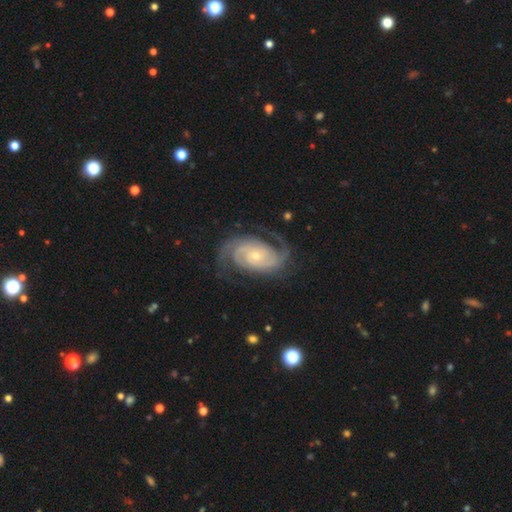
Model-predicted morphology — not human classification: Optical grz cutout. It shows a featured or disk galaxy (91%) with no bar (69%), 2 (76%) tight (51%) spiral arms (98%) and a small central bulge (68%). Merging: none (74%).